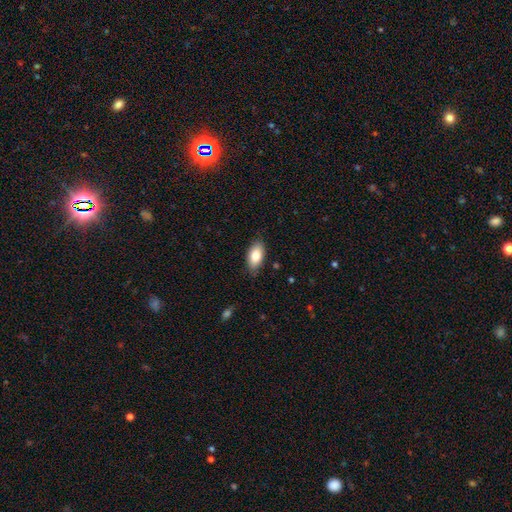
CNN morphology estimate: smooth-or-featured: smooth: 83% | featured or disk: 10% | star or artifact: 7%
  how-rounded: in between: 92% | cigar-shaped: 4% | round: 3%
  merging: none: 84% | minor disturbance: 13% | major disturbance: 2% | merger: 1%